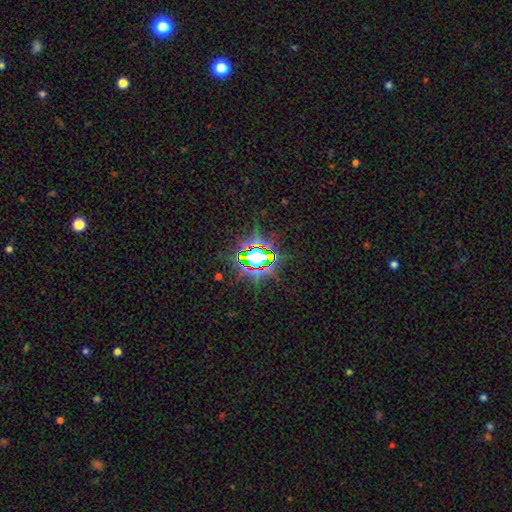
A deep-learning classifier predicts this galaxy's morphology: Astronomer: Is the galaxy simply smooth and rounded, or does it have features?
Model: star or artifact — 80%.